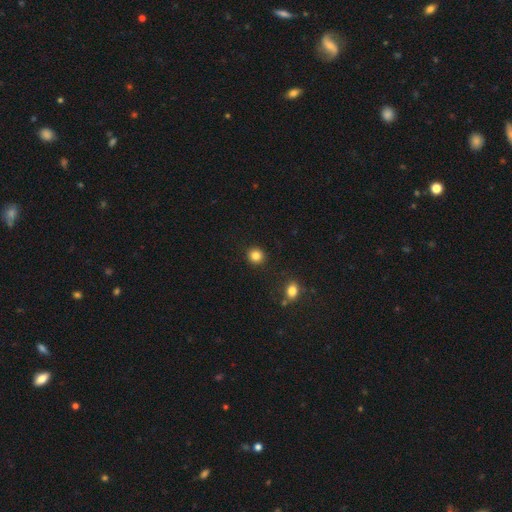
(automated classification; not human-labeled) smooth_or_featured: smooth (p=0.84) [alt: star or artifact p=0.11]
how_rounded: round (p=0.90) [alt: in between p=0.09]
merging: none (p=0.91) [alt: minor disturbance p=0.06]